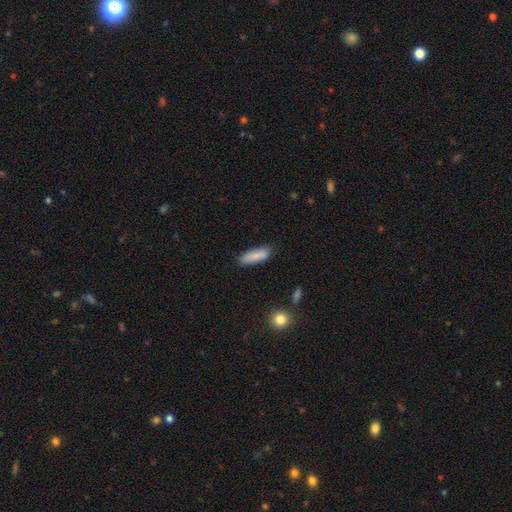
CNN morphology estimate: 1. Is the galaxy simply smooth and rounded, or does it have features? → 84% smooth, 9% featured or disk, 6% star or artifact.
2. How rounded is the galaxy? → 52% in between, 47% cigar-shaped, 2% round.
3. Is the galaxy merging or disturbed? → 82% none, 14% minor disturbance, 3% major disturbance, 2% merger.